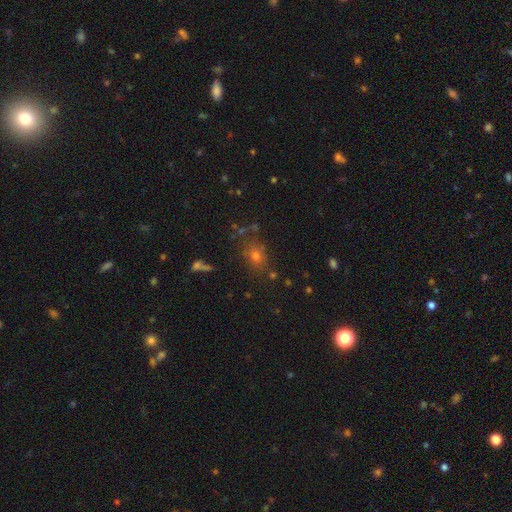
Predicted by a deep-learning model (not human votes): Smooth or featured? Predicted: smooth (p=0.63). How rounded? Predicted: round (p=0.57). Merging? Predicted: none (p=0.78).